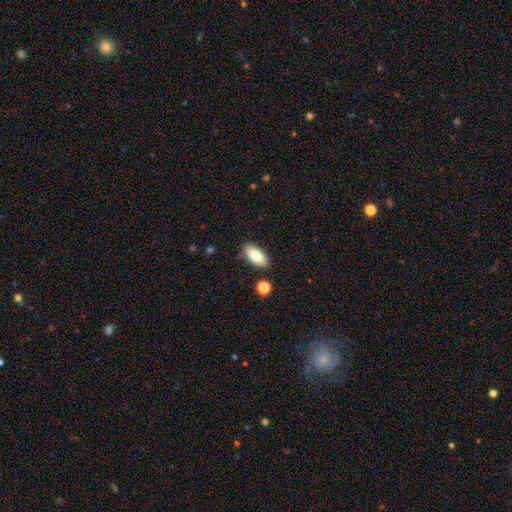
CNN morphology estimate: Overall: smooth (80%). How rounded: in between (88%). Merging: none (83%).